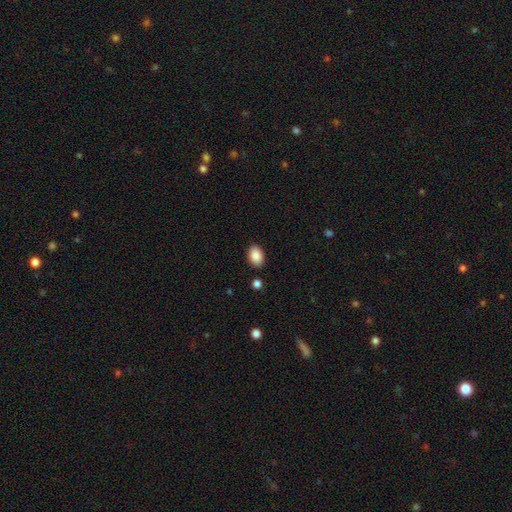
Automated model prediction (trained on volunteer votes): A smooth galaxy with no disk features (89%) that is in between round and cigar-shaped (88%).

Vote fractions:
- Smooth or featured? smooth: 89% / star or artifact: 7% / featured or disk: 4%
- How rounded? in between: 88% / round: 11% / cigar-shaped: 1%
- Merging? none: 87% / minor disturbance: 9% / merger: 2% / major disturbance: 2%